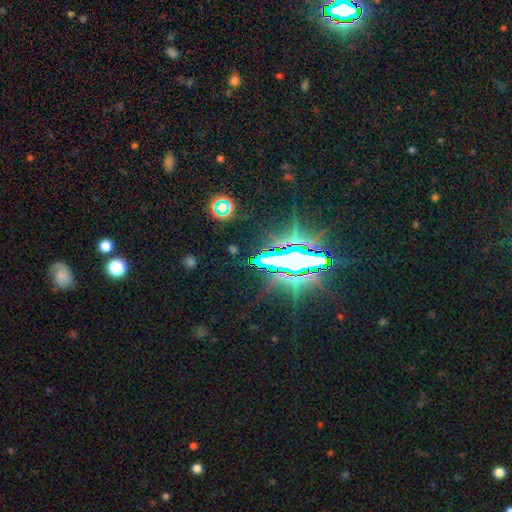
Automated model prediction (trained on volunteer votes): smooth-or-featured: star or artifact: 76% | featured or disk: 14% | smooth: 11%